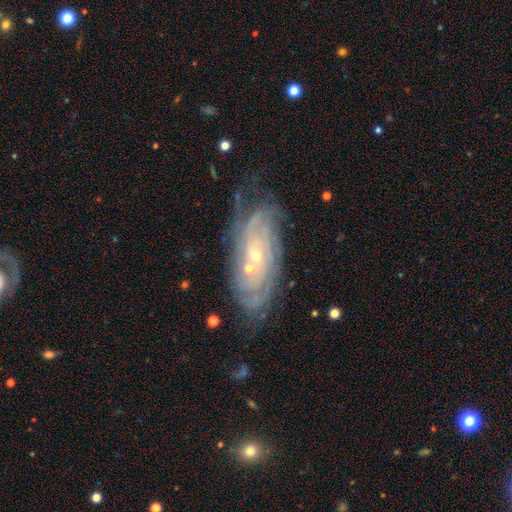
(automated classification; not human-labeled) featured or disk 85%, star or artifact 7%, smooth 7%. Down the decision tree: edge-on disk — no (92%); bar — no (71%); spiral arms — yes (96%); spiral arm count — can't tell (33%); spiral winding — tight (79%); bulge size — small (72%); merging — none (70%).